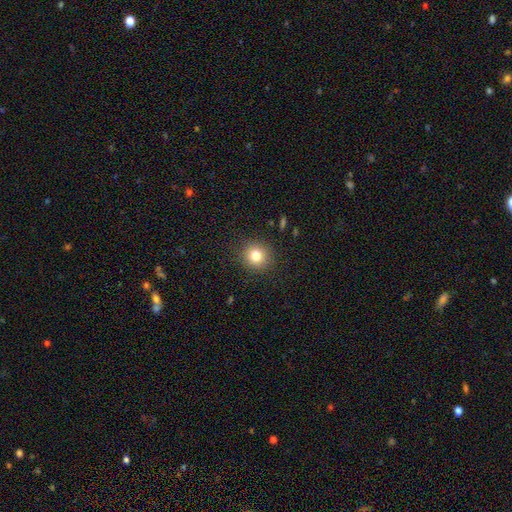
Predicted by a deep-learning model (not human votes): This appears to be a smooth galaxy with no disk features (80%) that is round (89%). Merging: none (90%).